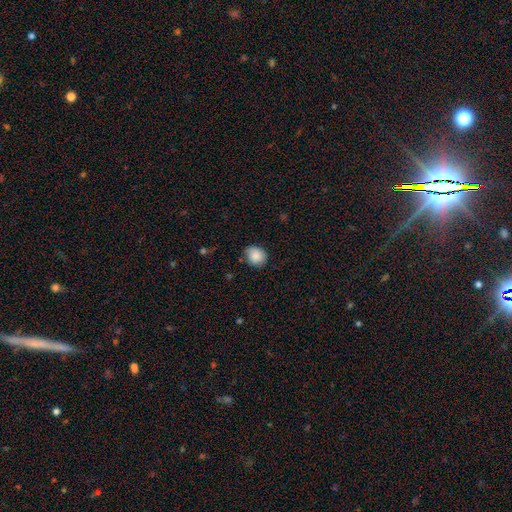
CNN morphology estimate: This appears to be a smooth galaxy with no disk features (87%) that is round (64%). Merging: none (78%).